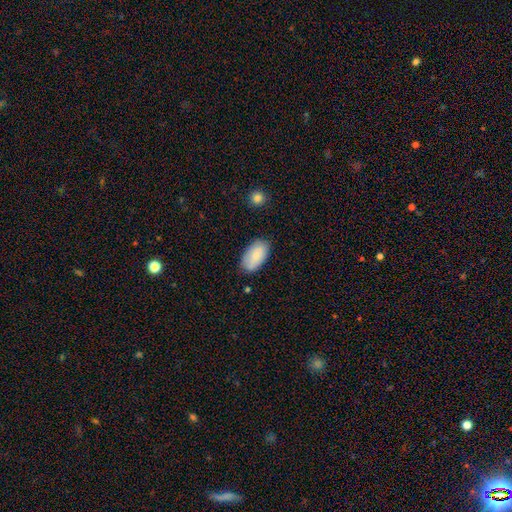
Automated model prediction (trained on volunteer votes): smooth_or_featured: smooth (p=0.82) [alt: featured or disk p=0.11]
how_rounded: in between (p=0.95) [alt: round p=0.03]
merging: none (p=0.78) [alt: minor disturbance p=0.17]